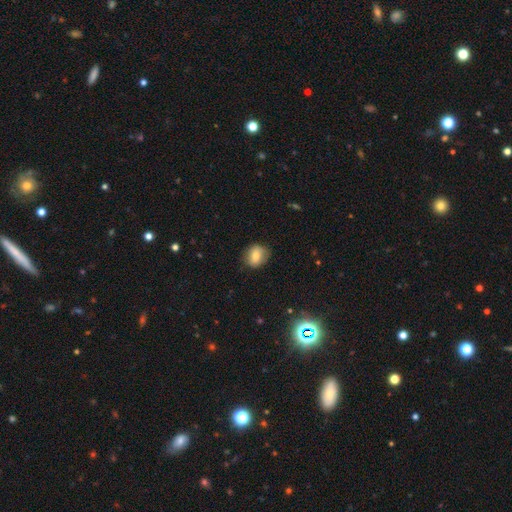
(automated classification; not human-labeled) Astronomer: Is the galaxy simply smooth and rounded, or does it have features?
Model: smooth — 74%.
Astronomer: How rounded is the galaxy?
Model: round — 59% (runner-up: in between, 40%).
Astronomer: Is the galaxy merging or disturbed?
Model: none — 79%.